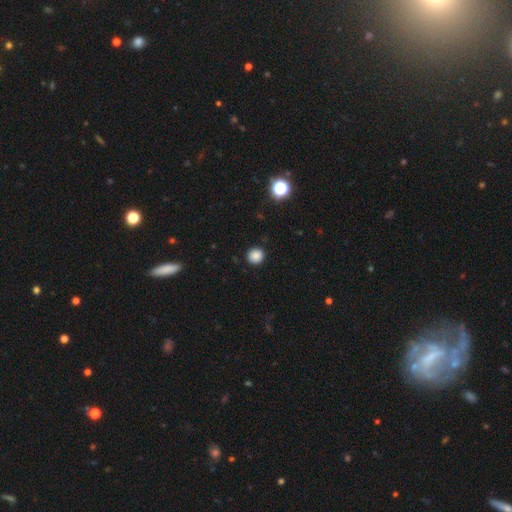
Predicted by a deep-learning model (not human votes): Morphology: type=smooth (86%); roundness=round (91%); merging=none (91%).